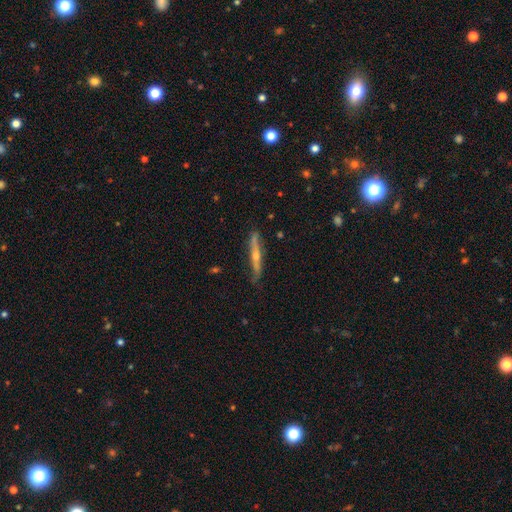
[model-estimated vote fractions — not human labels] Morphology: type=featured or disk (71%); edge-on=yes (94%); edge-on bulge=rounded (86%); merging=none (81%).